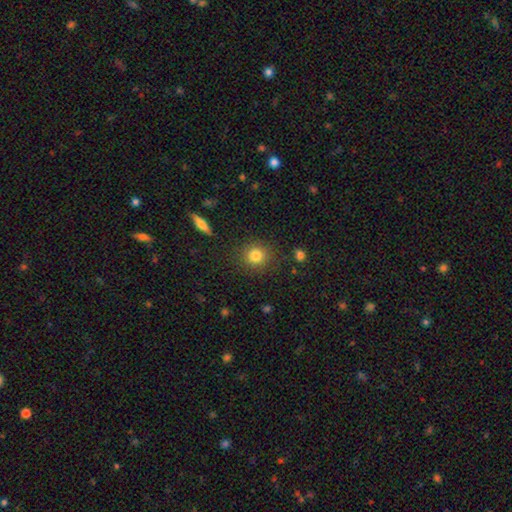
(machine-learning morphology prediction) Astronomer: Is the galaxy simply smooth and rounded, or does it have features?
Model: smooth — 82%.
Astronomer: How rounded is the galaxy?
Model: round — 89%.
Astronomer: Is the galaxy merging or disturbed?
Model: none — 87%.